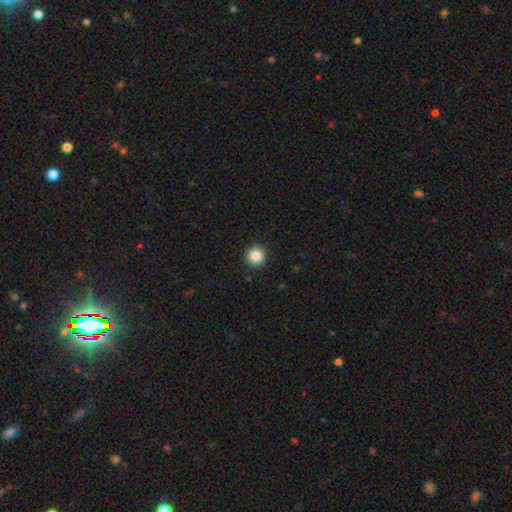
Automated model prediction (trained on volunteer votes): This appears to be a smooth galaxy with no disk features (85%) that is round (96%). Merging: none (93%).